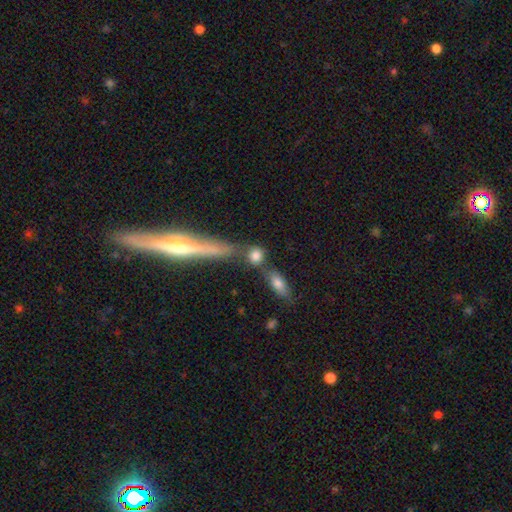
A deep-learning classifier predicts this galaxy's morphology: Smooth or featured? Predicted: smooth (p=0.80). How rounded? Predicted: round (p=0.64). Merging? Predicted: none (p=0.59).